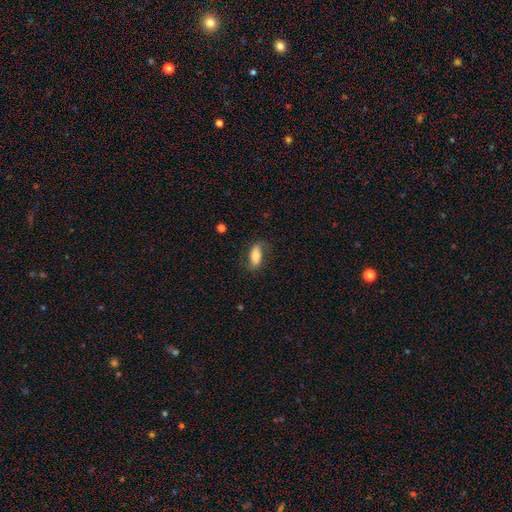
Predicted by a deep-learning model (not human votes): smooth 60%, featured or disk 33%, star or artifact 7%. Down the decision tree: how rounded — in between (80%); merging — none (72%).